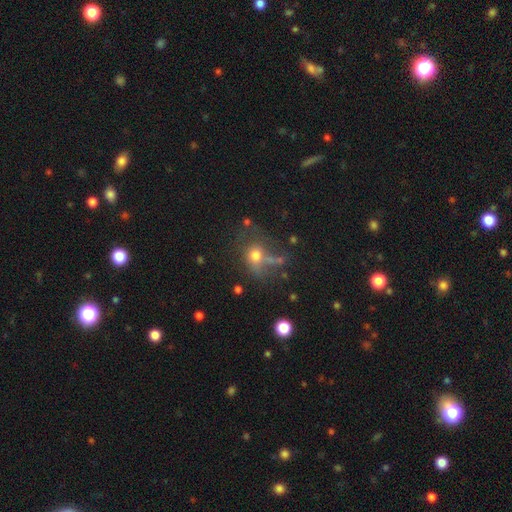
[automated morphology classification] smooth-or-featured: smooth: 66% | featured or disk: 18% | star or artifact: 16%
  how-rounded: round: 63% | in between: 35% | cigar-shaped: 2%
  merging: none: 44% | major disturbance: 22% | minor disturbance: 19% | merger: 15%